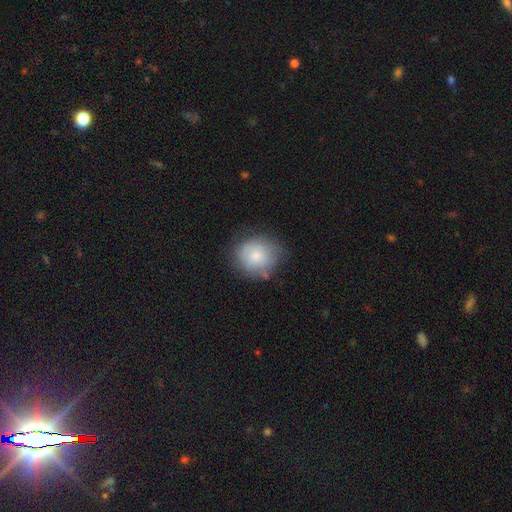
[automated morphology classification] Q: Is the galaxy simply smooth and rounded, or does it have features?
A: smooth — 75%.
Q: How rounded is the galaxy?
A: round — 80%.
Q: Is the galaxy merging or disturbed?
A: none — 65%.